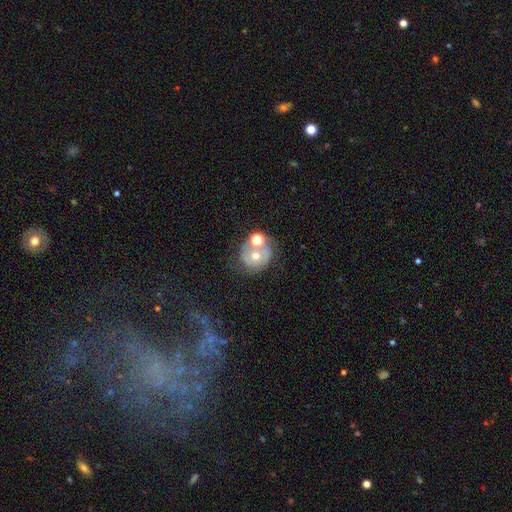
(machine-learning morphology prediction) This appears to be a featured or disk galaxy (59%) with no bar (75%), spiral arms (73%) and a moderate central bulge (63%). Merging: none (45%).